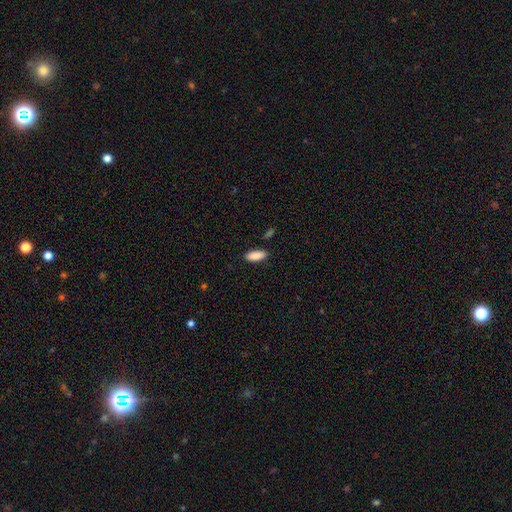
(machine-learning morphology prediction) A smooth galaxy with no disk features (90%) that is in between round and cigar-shaped (75%). Merging: none (87%).